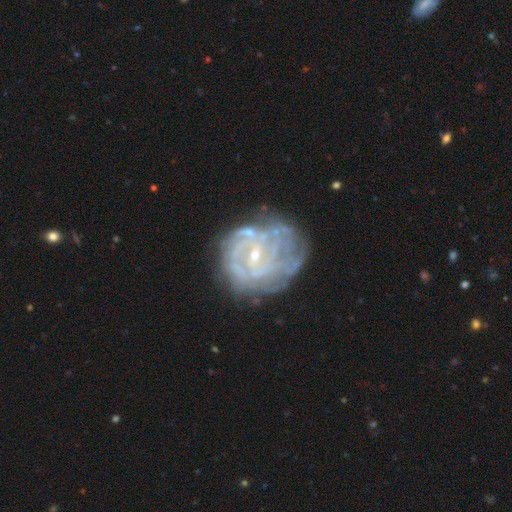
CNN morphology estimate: A featured or disk galaxy (83%) with no bar (45%), tight (63%) spiral arms (83%) and a small central bulge (82%).

Vote fractions:
- Smooth or featured? featured or disk: 83% / smooth: 10% / star or artifact: 8%
- Edge-on disk? no: 98% / yes: 2%
- Bar? no: 45% / weak: 42% / strong: 13%
- Spiral arms? yes: 83% / no: 17%
- Spiral winding? tight: 63% / medium: 27% / loose: 9%
- Spiral arm count? can't tell: 46% / 2: 16% / 3: 13% / 4: 12% / more than 4: 7% / 1: 6%
- Bulge size? small: 82% / moderate: 12% / none: 4% / large: 1% / dominant: 1%
- Merging? none: 60% / minor disturbance: 21% / major disturbance: 15% / merger: 4%